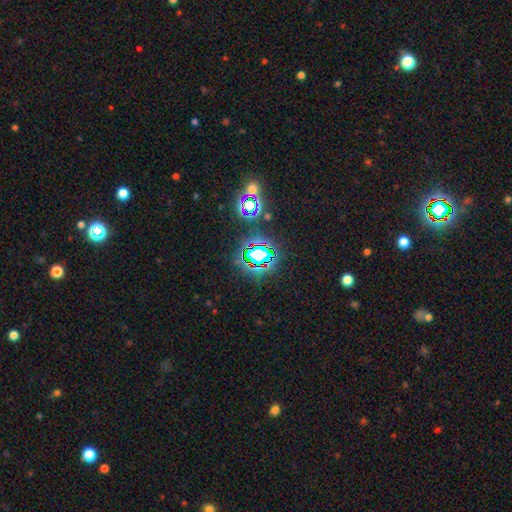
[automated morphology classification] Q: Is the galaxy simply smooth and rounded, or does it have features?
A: star or artifact — 69%.